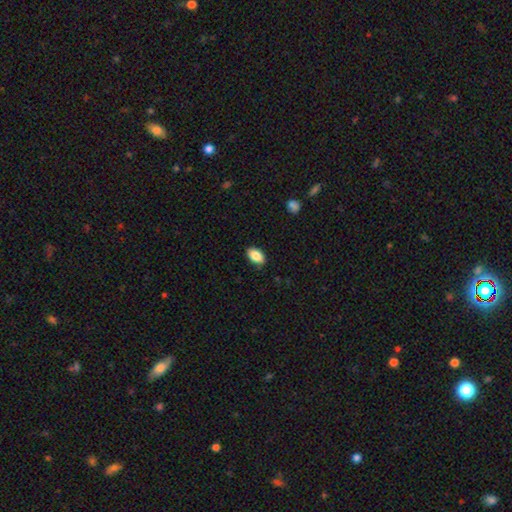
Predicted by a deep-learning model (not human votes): This appears to be a smooth galaxy with no disk features (87%) that is in between round and cigar-shaped (91%). Merging: none (87%).